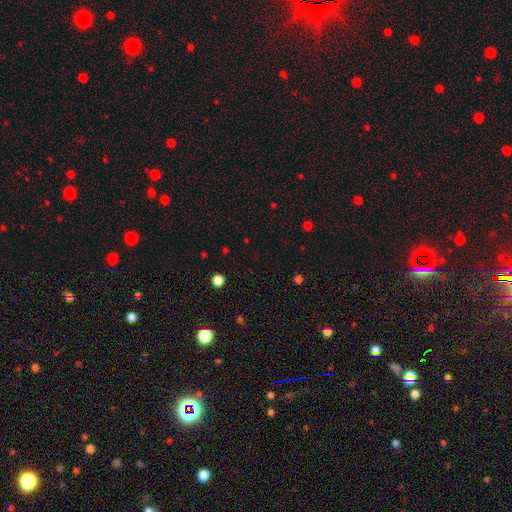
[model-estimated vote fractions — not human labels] smooth_or_featured: star or artifact (p=0.57) [alt: smooth p=0.37]